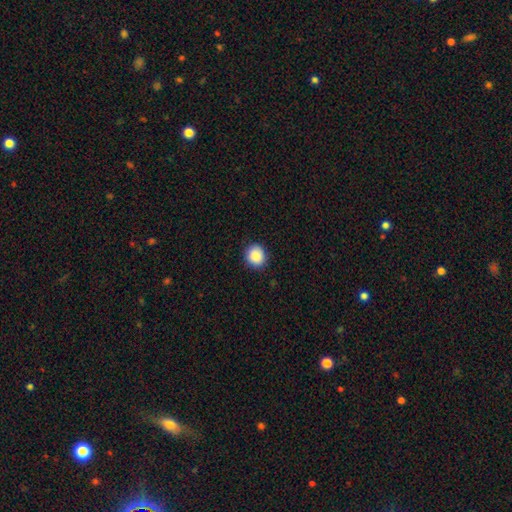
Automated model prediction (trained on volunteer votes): Smooth or featured? smooth (88%)
How rounded? round (87%)
Merging? none (91%)